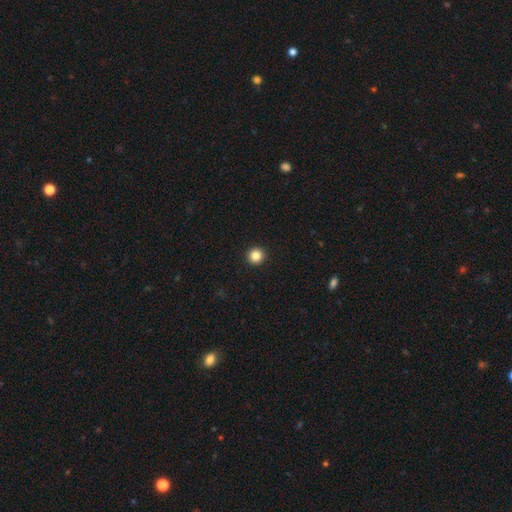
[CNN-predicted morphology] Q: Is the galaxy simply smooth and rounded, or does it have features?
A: smooth — 85%.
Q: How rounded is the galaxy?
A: round — 96%.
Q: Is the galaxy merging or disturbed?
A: none — 94%.